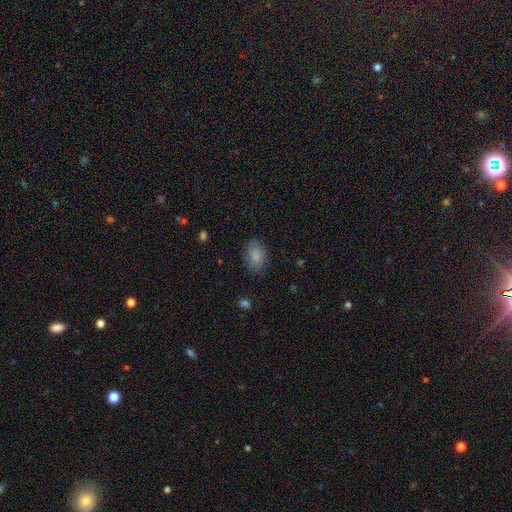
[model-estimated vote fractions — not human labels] Smooth or featured: smooth — 86% (star or artifact — 7%)
How rounded: in between — 84% (round — 15%)
Merging: none — 81% (minor disturbance — 14%)